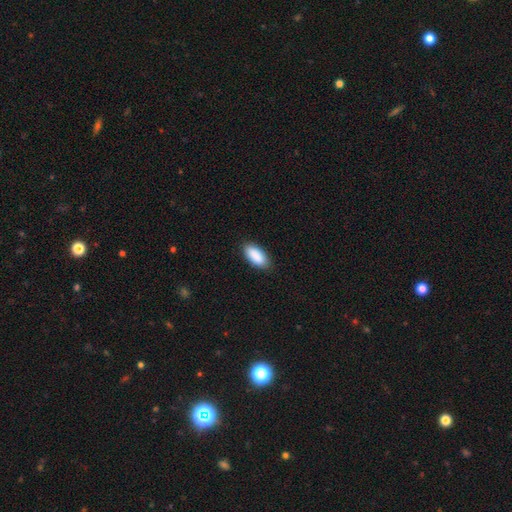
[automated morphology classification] smooth 91%, star or artifact 6%, featured or disk 3%. Down the decision tree: how rounded — in between (91%); merging — none (86%).